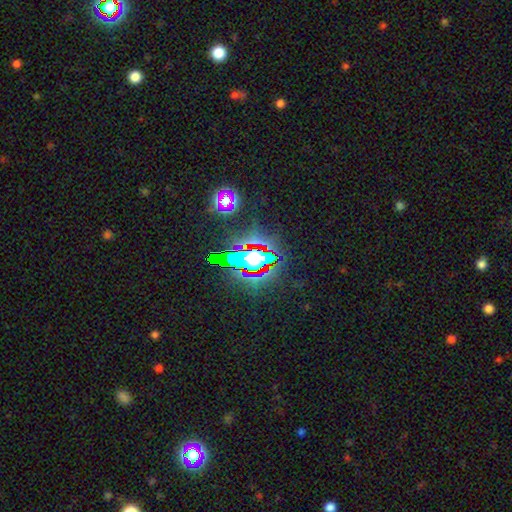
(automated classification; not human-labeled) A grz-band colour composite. It shows a star or artifact, not a galaxy (62%).